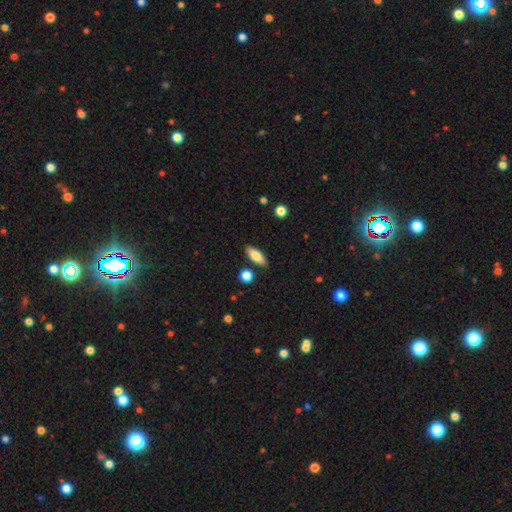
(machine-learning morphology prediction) Q: Smooth or featured?
A: smooth (78%); runner-up: featured or disk (15%)
Q: How rounded?
A: in between (72%); runner-up: cigar-shaped (25%)
Q: Merging?
A: none (84%); runner-up: minor disturbance (10%)